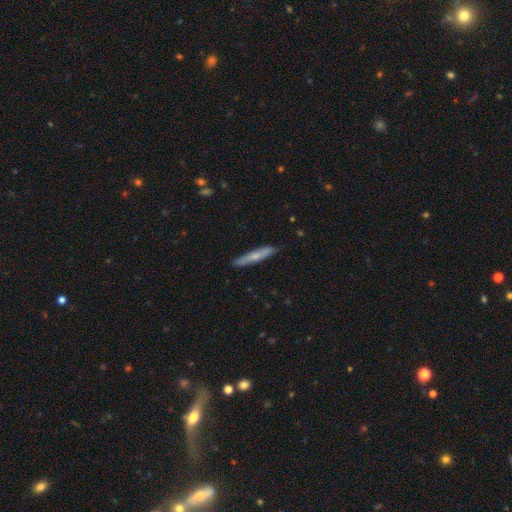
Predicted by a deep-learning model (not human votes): Q: Smooth or featured?
A: smooth (58%); runner-up: featured or disk (36%)
Q: How rounded?
A: cigar-shaped (92%); runner-up: in between (6%)
Q: Merging?
A: none (87%); runner-up: minor disturbance (10%)